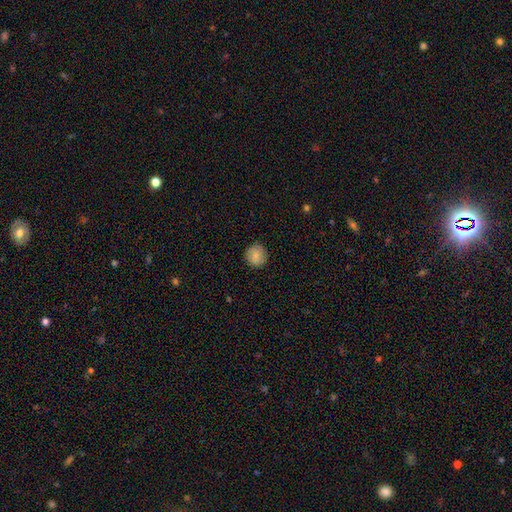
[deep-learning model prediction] This is clearly a smooth galaxy (85%). How rounded: clearly round (92%). Merging: clearly none (88%).